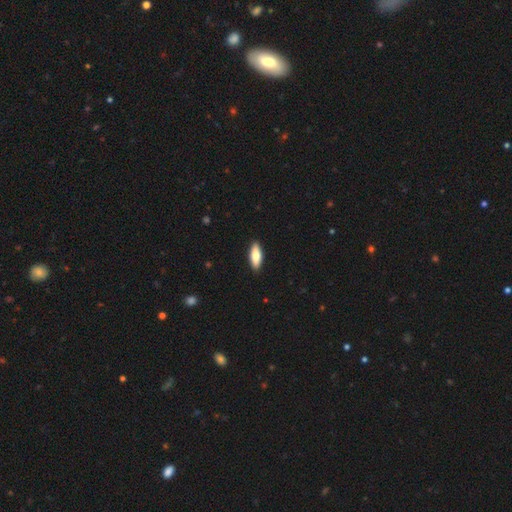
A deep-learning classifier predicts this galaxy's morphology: The model was most divided on "how rounded": in between: 67%, cigar-shaped: 31%, round: 2%. More confident: merging — none (91%); smooth or featured — smooth (76%).